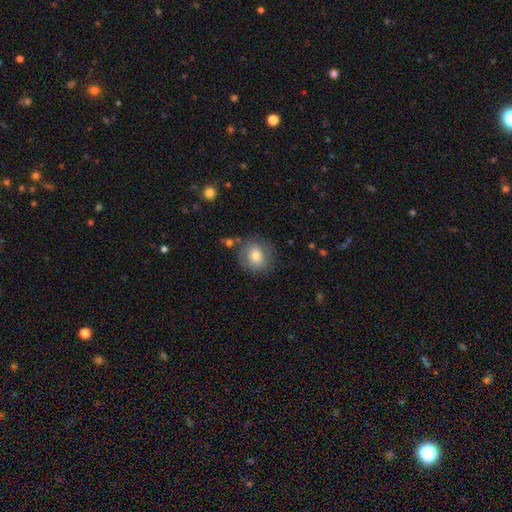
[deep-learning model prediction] Smooth or featured? Predicted: smooth (p=0.66). How rounded? Predicted: round (p=0.81). Merging? Predicted: none (p=0.74).